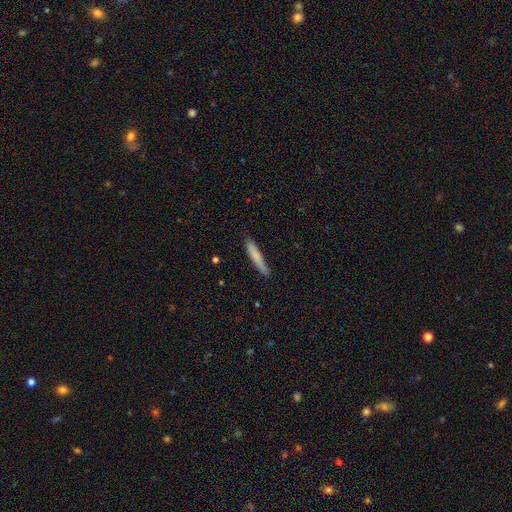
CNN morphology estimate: A smooth galaxy with no disk features (79%) that is cigar-shaped (93%). Merging: none (85%).